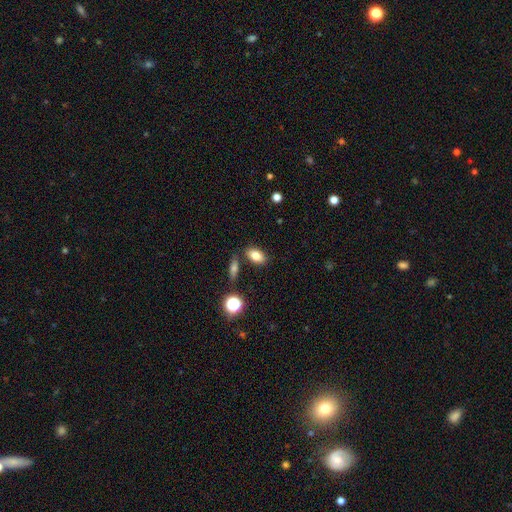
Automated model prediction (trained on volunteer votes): Smooth or featured? Predicted: smooth (p=0.81). How rounded? Predicted: in between (p=0.86). Merging? Predicted: none (p=0.78).